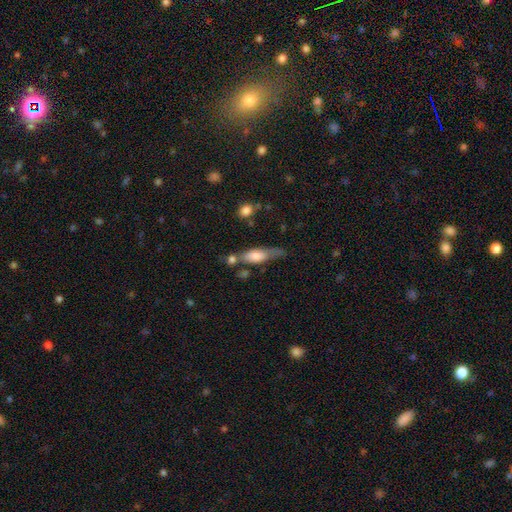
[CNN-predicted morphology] smooth 62%, featured or disk 31%, star or artifact 7%. Down the decision tree: how rounded — in between (53%); merging — none (41%).